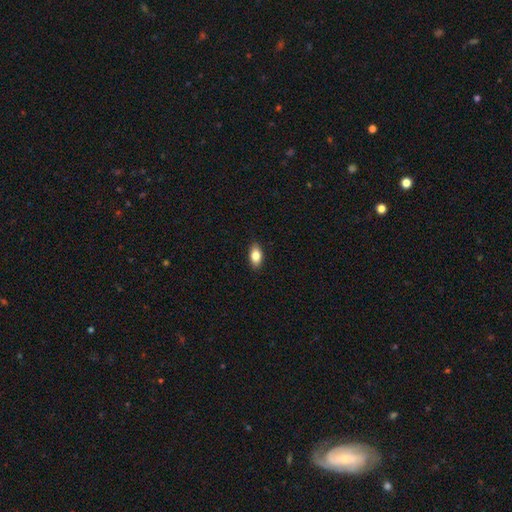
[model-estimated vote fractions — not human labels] smooth 82%, featured or disk 11%, star or artifact 7%. Down the decision tree: how rounded — in between (90%); merging — none (89%).